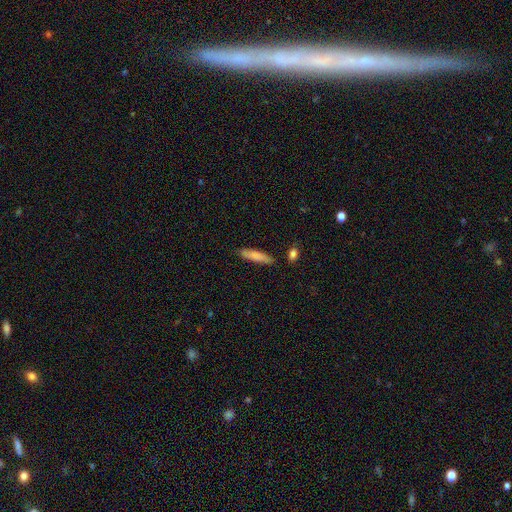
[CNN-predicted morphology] This appears to be a smooth galaxy with no disk features (79%) that is cigar-shaped (78%). Merging: none (81%).